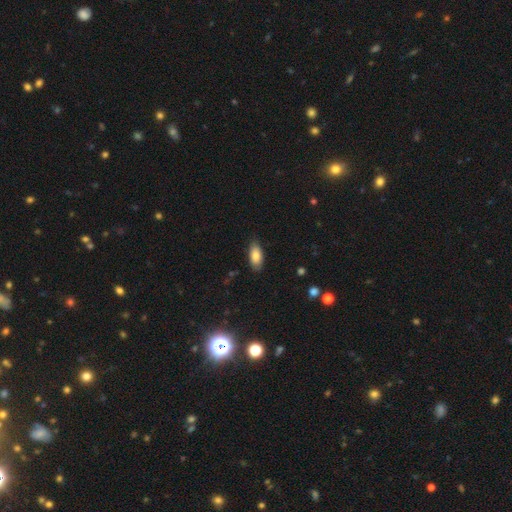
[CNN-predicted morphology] This appears to be a smooth galaxy with no disk features (83%) that is in between round and cigar-shaped (90%). Merging: none (81%).